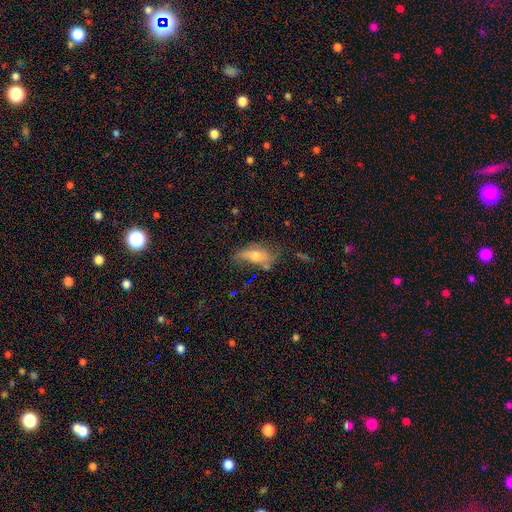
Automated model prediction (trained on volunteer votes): Q: Smooth or featured?
A: smooth (50%); runner-up: featured or disk (40%)
Q: Merging?
A: none (43%); runner-up: minor disturbance (30%)